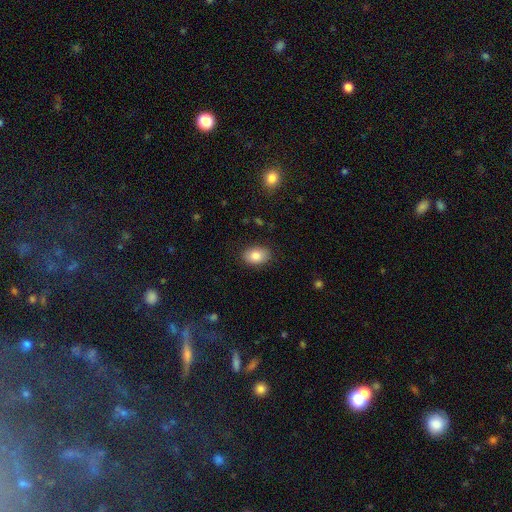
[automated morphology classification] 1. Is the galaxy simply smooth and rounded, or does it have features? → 85% smooth, 8% star or artifact, 8% featured or disk.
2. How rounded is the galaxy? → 83% in between, 15% round, 1% cigar-shaped.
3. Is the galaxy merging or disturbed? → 87% none, 10% minor disturbance, 2% major disturbance, 1% merger.